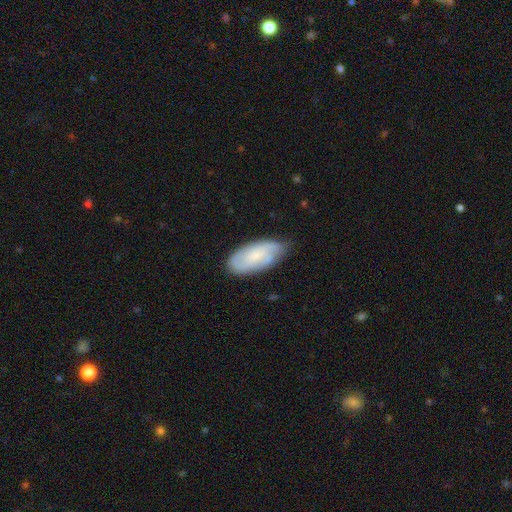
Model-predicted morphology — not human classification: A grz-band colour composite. It shows a featured or disk galaxy (49%). Merging: none (72%).